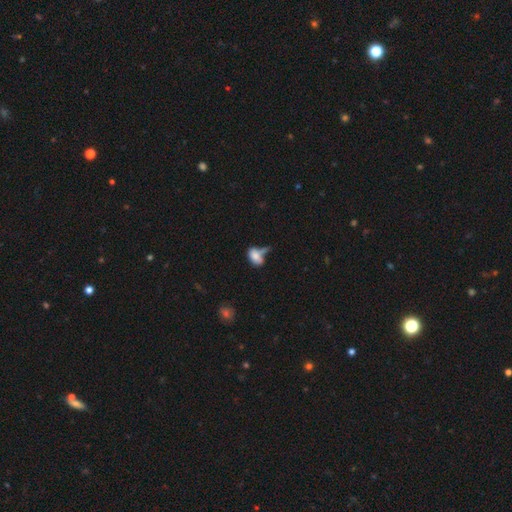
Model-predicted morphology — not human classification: Overall: smooth (77%). How rounded: in between (84%). Merging: merger (34%; none 31%).